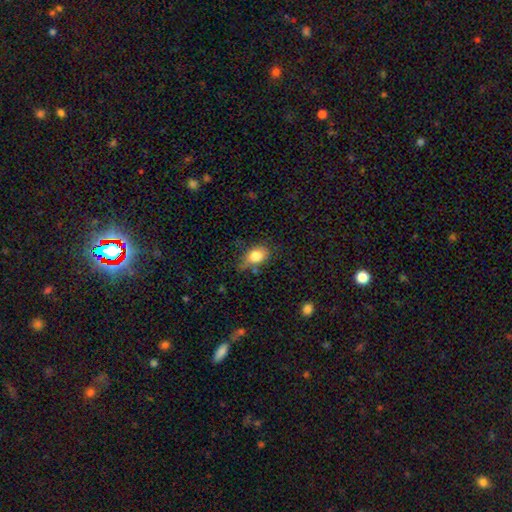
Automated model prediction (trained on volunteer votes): Smooth or featured? smooth (80%)
How rounded? in between (69%)
Merging? none (53%)